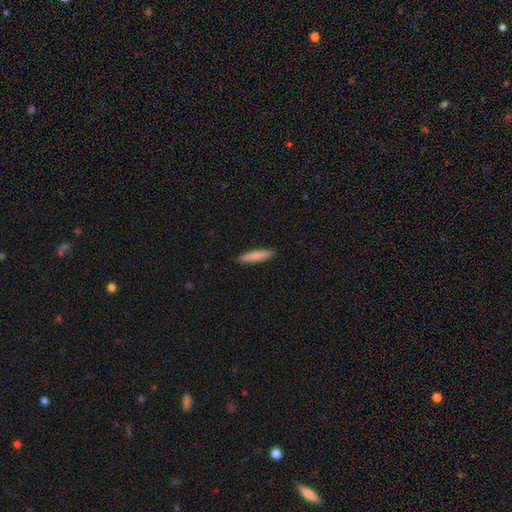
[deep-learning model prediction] smooth_or_featured: smooth (p=0.84) [alt: featured or disk p=0.10]
how_rounded: cigar-shaped (p=0.87) [alt: in between p=0.12]
merging: none (p=0.90) [alt: minor disturbance p=0.07]